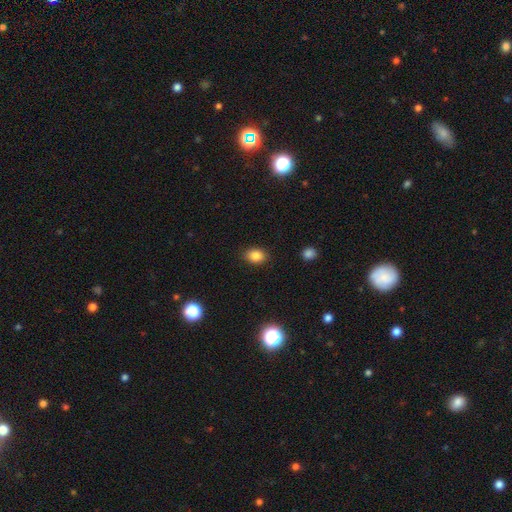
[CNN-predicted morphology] smooth_or_featured: smooth (p=0.85) [alt: star or artifact p=0.10]
how_rounded: in between (p=0.66) [alt: round p=0.33]
merging: none (p=0.86) [alt: minor disturbance p=0.10]